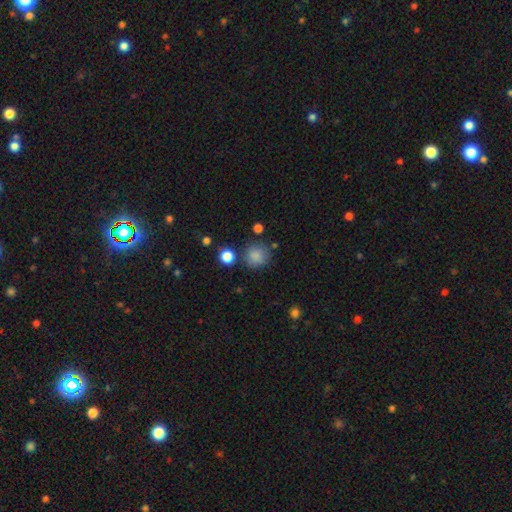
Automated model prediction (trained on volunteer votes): A smooth galaxy with no disk features (84%) that is round (90%).

Vote fractions:
- Smooth or featured? smooth: 84% / star or artifact: 11% / featured or disk: 5%
- How rounded? round: 90% / in between: 9% / cigar-shaped: 1%
- Merging? none: 78% / minor disturbance: 13% / merger: 5% / major disturbance: 4%